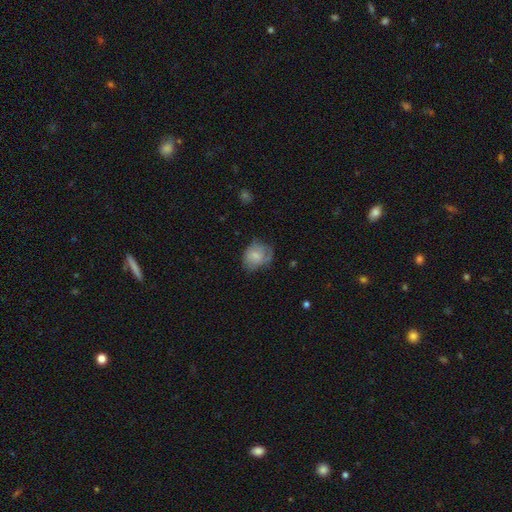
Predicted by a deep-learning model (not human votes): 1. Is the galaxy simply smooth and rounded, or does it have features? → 64% smooth, 28% featured or disk, 8% star or artifact.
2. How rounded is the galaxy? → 55% round, 44% in between, 1% cigar-shaped.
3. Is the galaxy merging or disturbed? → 51% none, 31% minor disturbance, 16% major disturbance, 2% merger.